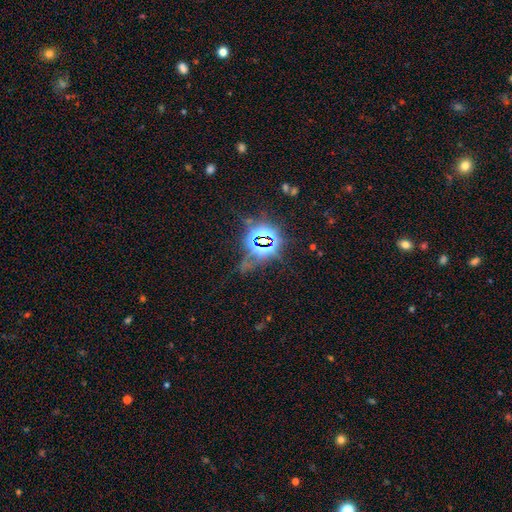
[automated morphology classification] This appears to be a star or artifact, not a galaxy (80%).